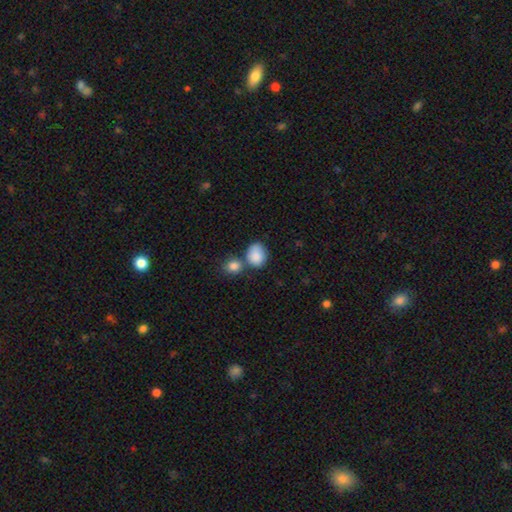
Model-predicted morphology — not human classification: Smooth or featured?
  - smooth: 87% *
  - star or artifact: 7%
  - featured or disk: 6%
How rounded?
  - in between: 52% *
  - round: 47%
  - cigar-shaped: 1%
Merging?
  - none: 47% *
  - merger: 31%
  - minor disturbance: 17%
  - major disturbance: 6%